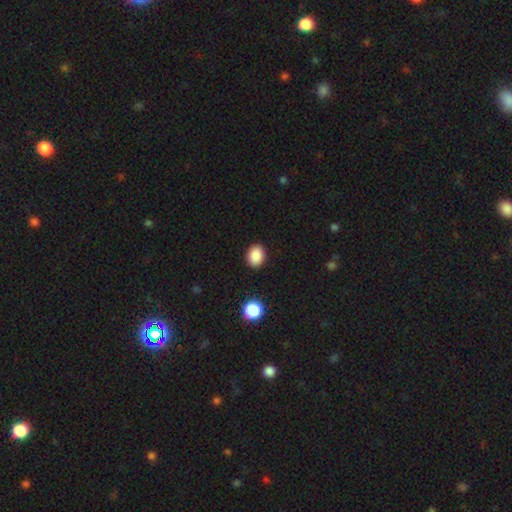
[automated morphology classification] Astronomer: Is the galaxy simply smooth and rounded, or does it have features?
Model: smooth — 88%.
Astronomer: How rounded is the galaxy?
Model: in between — 54% (runner-up: round, 45%).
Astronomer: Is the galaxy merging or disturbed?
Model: none — 89%.